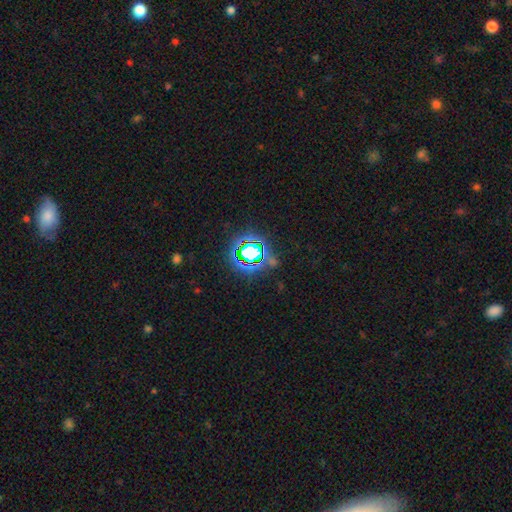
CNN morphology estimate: This appears to be a star or artifact, not a galaxy (71%).